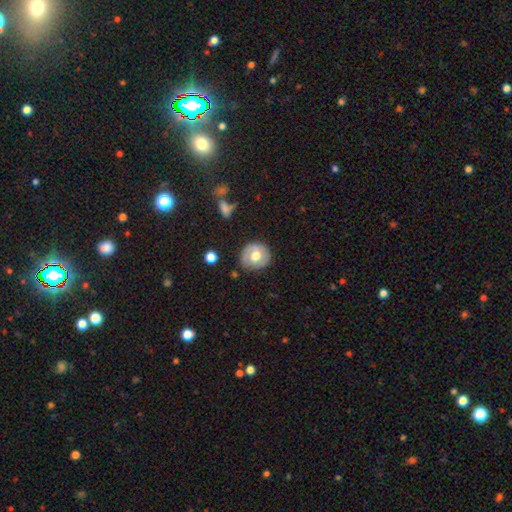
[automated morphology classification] This is possibly a smooth galaxy (57%). How rounded: clearly round (85%). Merging: likely none (79%).